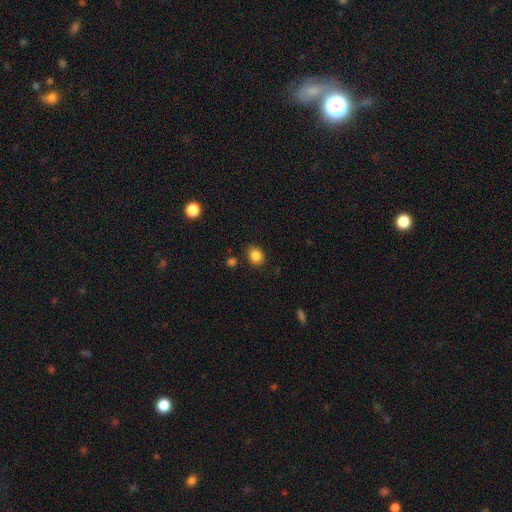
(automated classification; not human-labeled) Smooth or featured?
  - smooth: 84% *
  - star or artifact: 11%
  - featured or disk: 5%
How rounded?
  - round: 62% *
  - in between: 37%
  - cigar-shaped: 1%
Merging?
  - none: 86% *
  - minor disturbance: 10%
  - merger: 3%
  - major disturbance: 2%